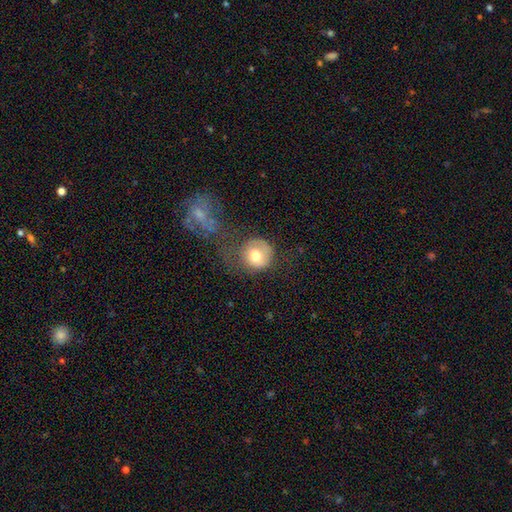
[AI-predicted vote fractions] smooth_or_featured: smooth (p=0.69) [alt: featured or disk p=0.24]
how_rounded: round (p=0.86) [alt: in between p=0.13]
merging: none (p=0.42) [alt: major disturbance p=0.25]